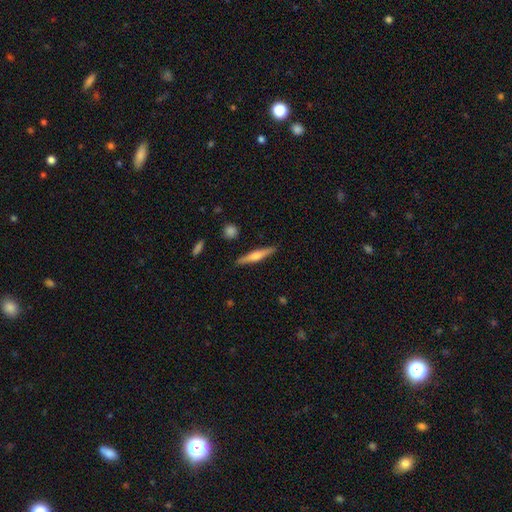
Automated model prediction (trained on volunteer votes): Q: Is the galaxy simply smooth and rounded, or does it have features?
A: featured or disk — 59%.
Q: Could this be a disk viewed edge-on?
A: yes — 97%.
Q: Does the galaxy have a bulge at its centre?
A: rounded — 86%.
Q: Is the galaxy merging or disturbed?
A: none — 90%.